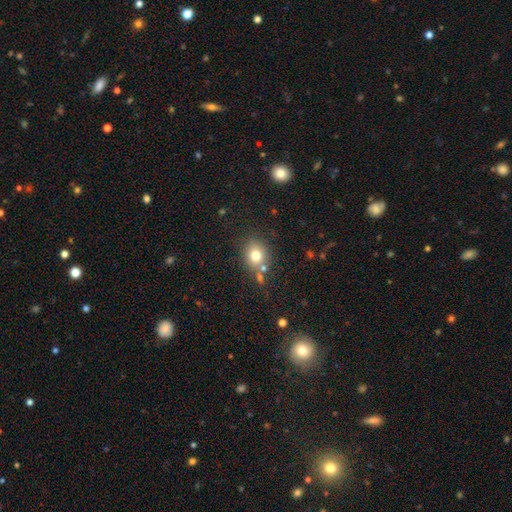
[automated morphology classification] Q: Smooth or featured?
A: smooth (75%); runner-up: star or artifact (13%)
Q: How rounded?
A: round (70%); runner-up: in between (29%)
Q: Merging?
A: none (70%); runner-up: merger (13%)